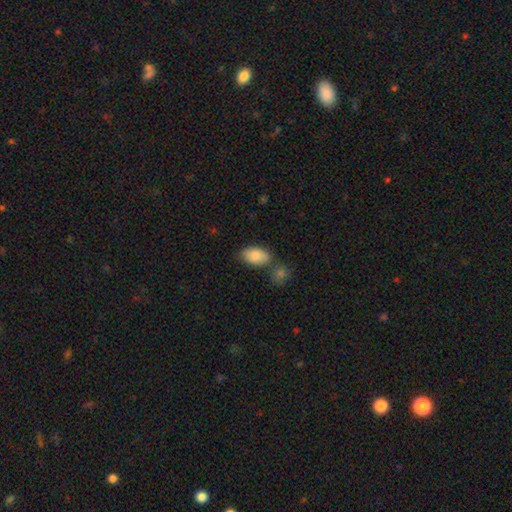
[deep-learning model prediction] Smooth or featured?
  - smooth: 86% *
  - featured or disk: 8%
  - star or artifact: 6%
How rounded?
  - in between: 93% *
  - round: 5%
  - cigar-shaped: 2%
Merging?
  - none: 58% *
  - merger: 19%
  - minor disturbance: 17%
  - major disturbance: 5%